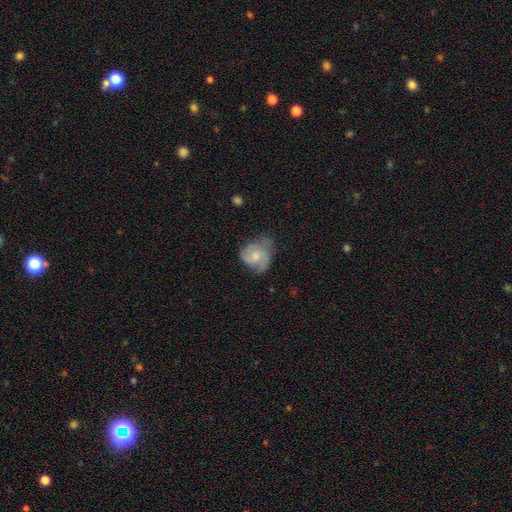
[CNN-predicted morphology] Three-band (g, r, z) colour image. It shows a smooth galaxy with no disk features (48%). Merging: none (43%).